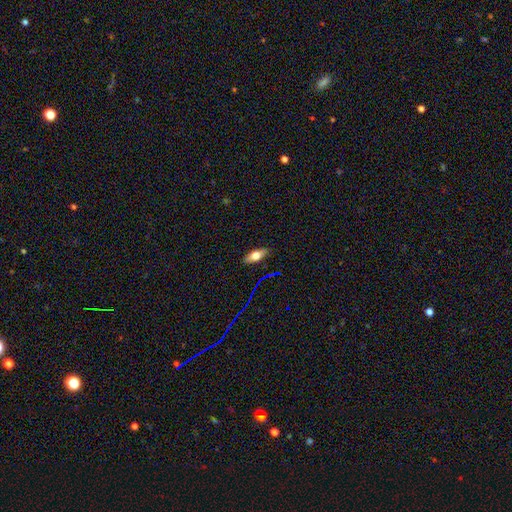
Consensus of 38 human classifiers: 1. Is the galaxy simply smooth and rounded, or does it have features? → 63% smooth, 32% featured or disk, 5% star or artifact.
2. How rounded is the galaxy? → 67% in between, 33% cigar-shaped, 0% round.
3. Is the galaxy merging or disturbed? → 92% none, 8% minor disturbance, 0% major disturbance, 0% merger.